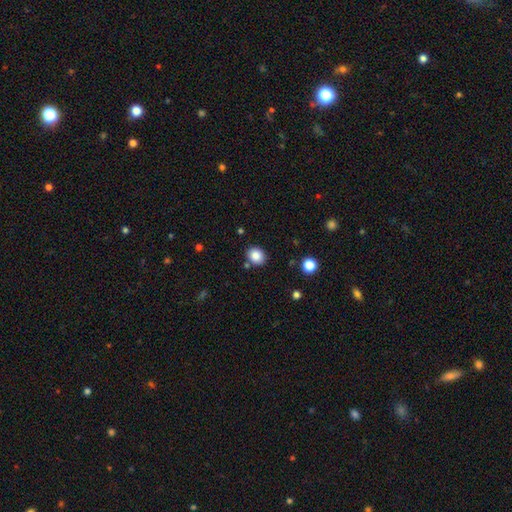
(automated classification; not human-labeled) Smooth or featured? Predicted: smooth (p=0.86). How rounded? Predicted: round (p=0.60). Merging? Predicted: none (p=0.83).